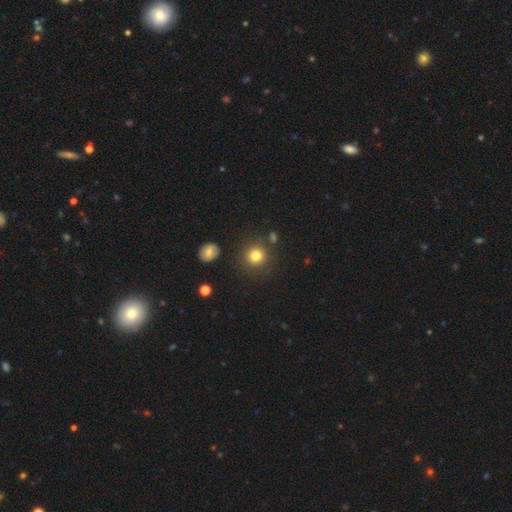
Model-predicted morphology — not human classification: This appears to be a smooth galaxy with no disk features (81%) that is round (91%). Merging: none (83%).